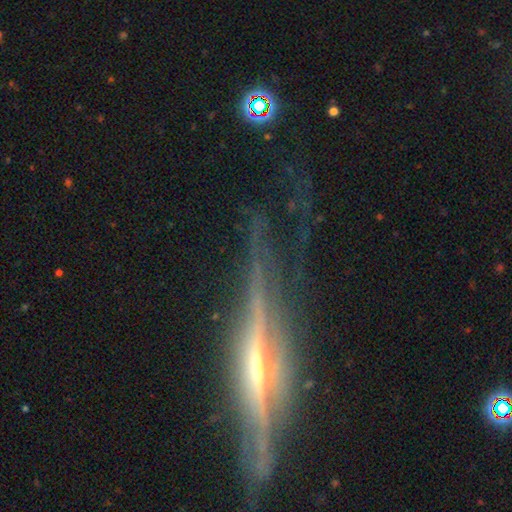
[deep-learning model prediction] Smooth or featured: featured or disk — 87% (smooth — 7%)
Edge-on disk: yes — 94% (no — 6%)
Edge-on bulge: rounded — 76% (none — 16%)
Merging: none — 70% (minor disturbance — 18%)